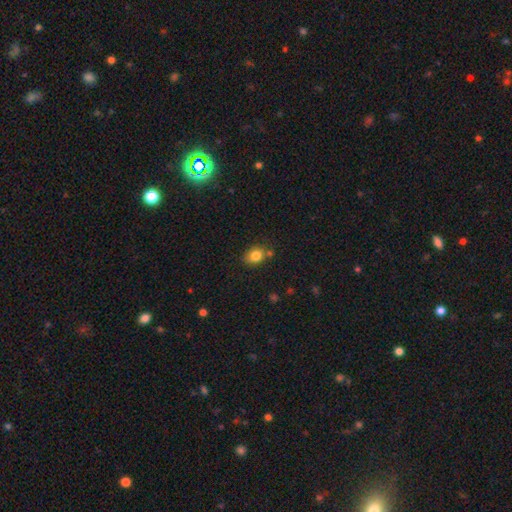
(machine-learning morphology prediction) This appears to be a smooth galaxy with no disk features (82%) that is in between round and cigar-shaped (57%). Merging: none (71%).